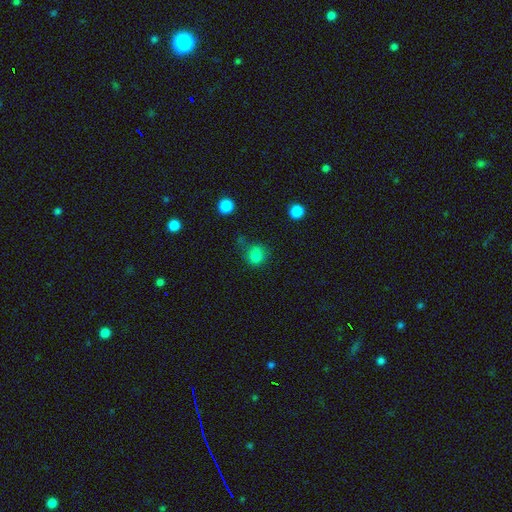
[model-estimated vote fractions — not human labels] The model was most divided on "merging": none: 55%, minor disturbance: 22%, major disturbance: 13%, merger: 10%. More confident: how rounded — round (79%); smooth or featured — smooth (78%).